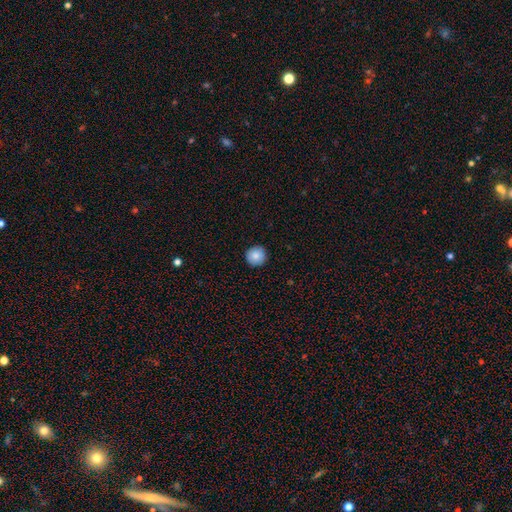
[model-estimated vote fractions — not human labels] smooth 85%, star or artifact 8%, featured or disk 7%. Down the decision tree: how rounded — round (96%); merging — none (92%).